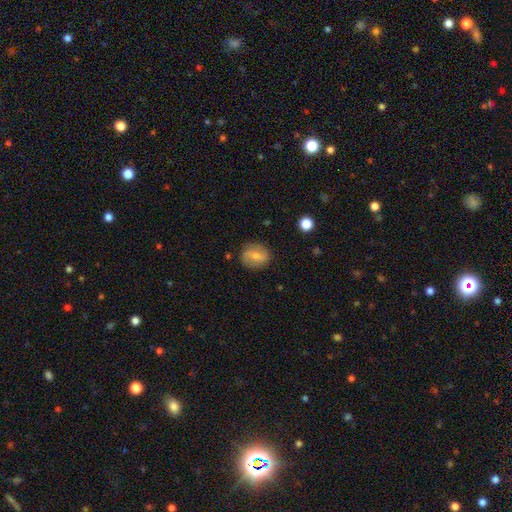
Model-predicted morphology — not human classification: Smooth or featured?
  - smooth: 49% *
  - featured or disk: 43%
  - star or artifact: 8%
Merging?
  - none: 82% *
  - minor disturbance: 13%
  - major disturbance: 4%
  - merger: 1%